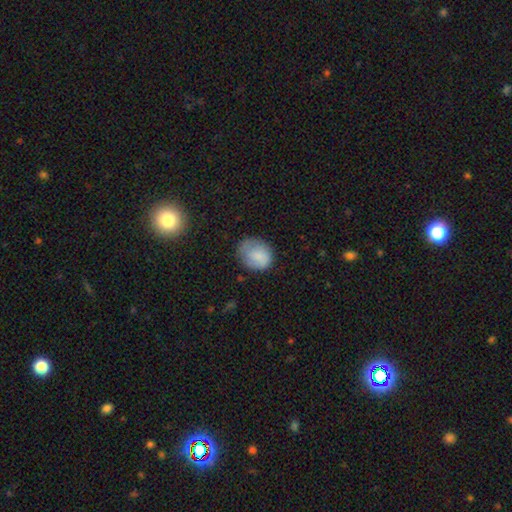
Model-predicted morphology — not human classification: Smooth or featured? smooth (79%)
How rounded? round (52%)
Merging? none (59%)